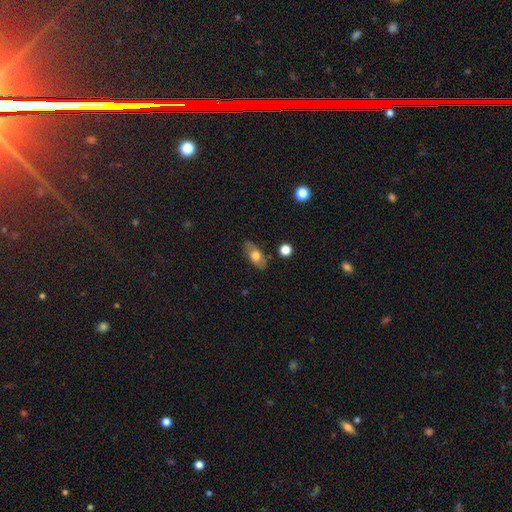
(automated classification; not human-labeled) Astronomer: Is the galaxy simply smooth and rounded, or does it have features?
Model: smooth — 62%.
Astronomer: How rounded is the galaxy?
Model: in between — 84%.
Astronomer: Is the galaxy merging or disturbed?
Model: none — 79%.